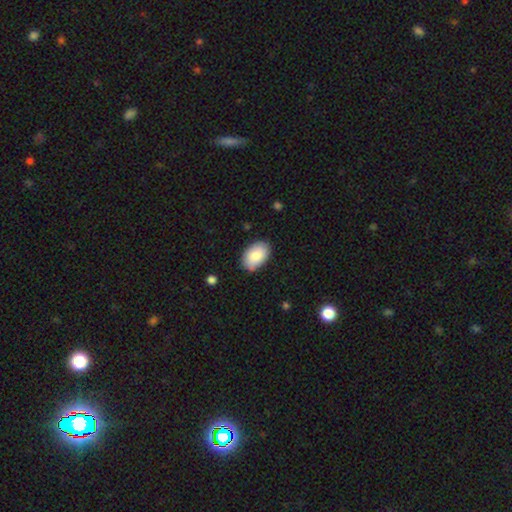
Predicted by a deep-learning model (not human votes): This appears to be a smooth galaxy with no disk features (86%) that is in between round and cigar-shaped (91%). Merging: none (83%).